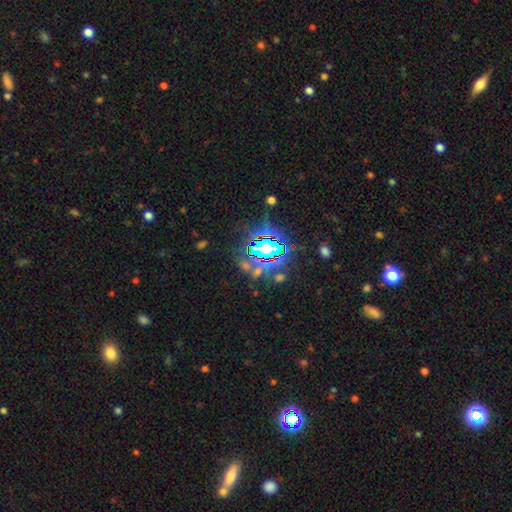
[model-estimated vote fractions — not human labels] A star or artifact, not a galaxy (83%).

Vote fractions:
- Smooth or featured? star or artifact: 83% / smooth: 9% / featured or disk: 7%